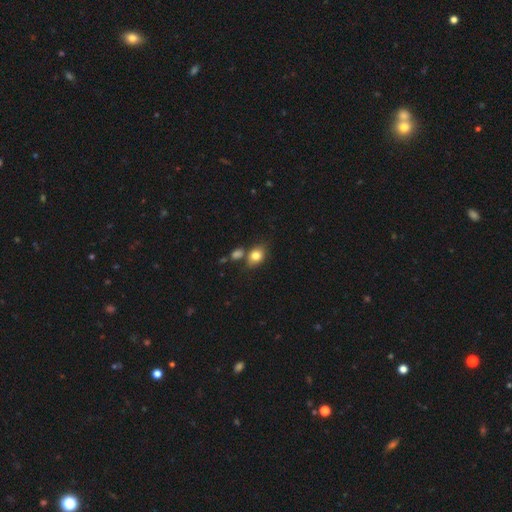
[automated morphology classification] A smooth galaxy with no disk features (80%) that is in between round and cigar-shaped (61%).

Vote fractions:
- Smooth or featured? smooth: 80% / featured or disk: 10% / star or artifact: 10%
- How rounded? in between: 61% / round: 38% / cigar-shaped: 2%
- Merging? none: 59% / merger: 20% / minor disturbance: 16% / major disturbance: 5%